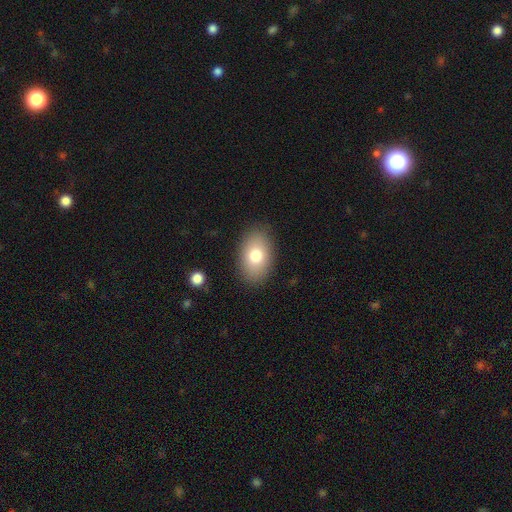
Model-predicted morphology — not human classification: smooth-or-featured: smooth: 77% | featured or disk: 15% | star or artifact: 8%
  how-rounded: in between: 89% | round: 10% | cigar-shaped: 1%
  merging: none: 87% | minor disturbance: 9% | major disturbance: 3% | merger: 1%